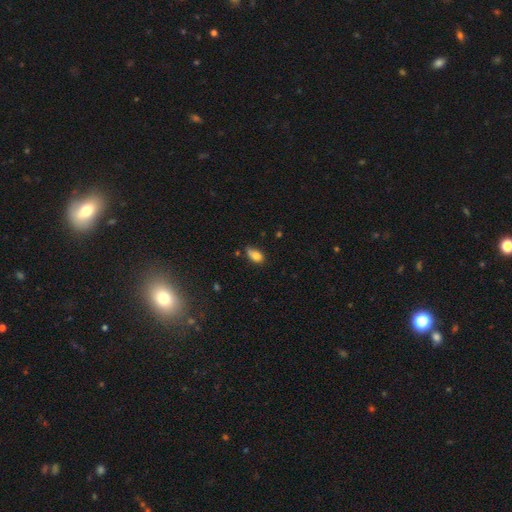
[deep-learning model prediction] This appears to be a smooth galaxy with no disk features (80%) that is in between round and cigar-shaped (88%). Merging: none (47%).